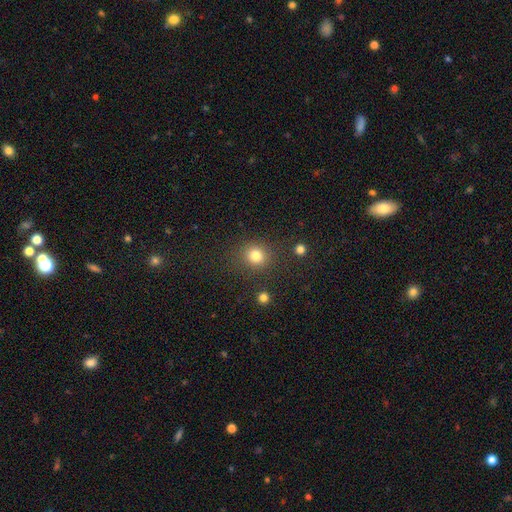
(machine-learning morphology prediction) type=smooth (81%); roundness=round (85%); merging=none (85%).